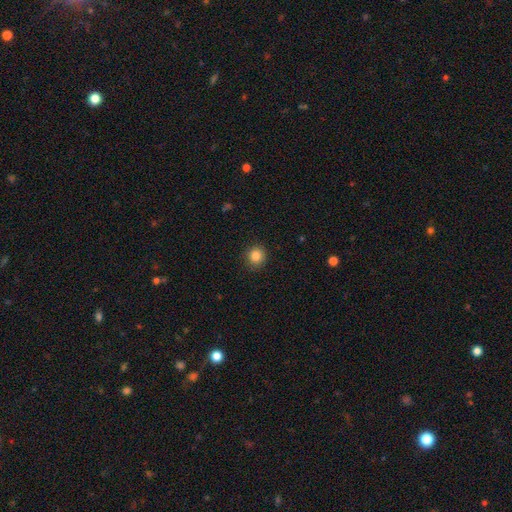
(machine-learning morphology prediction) Smooth or featured?
  - smooth: 85% *
  - star or artifact: 11%
  - featured or disk: 4%
How rounded?
  - round: 90% *
  - in between: 9%
  - cigar-shaped: 1%
Merging?
  - none: 89% *
  - minor disturbance: 8%
  - major disturbance: 2%
  - merger: 1%